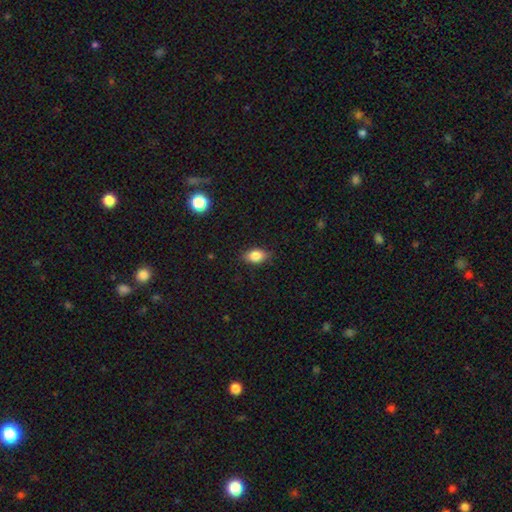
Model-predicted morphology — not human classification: A smooth galaxy with no disk features (83%) that is in between round and cigar-shaped (84%).

Vote fractions:
- Smooth or featured? smooth: 83% / star or artifact: 9% / featured or disk: 8%
- How rounded? in between: 84% / round: 13% / cigar-shaped: 3%
- Merging? none: 84% / minor disturbance: 13% / major disturbance: 2% / merger: 1%